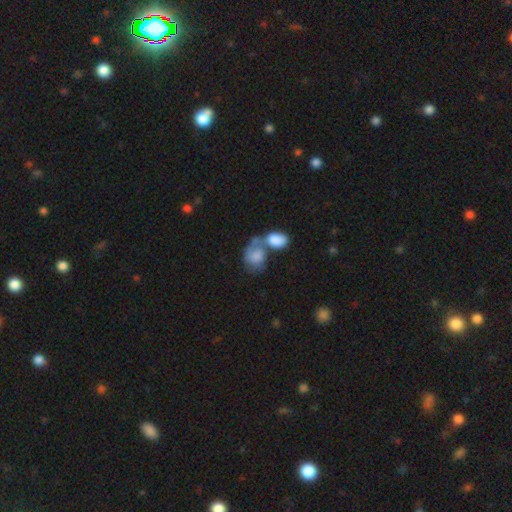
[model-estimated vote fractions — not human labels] This appears to be a smooth galaxy with no disk features (73%) that is in between round and cigar-shaped (69%). Merging: merger (66%).